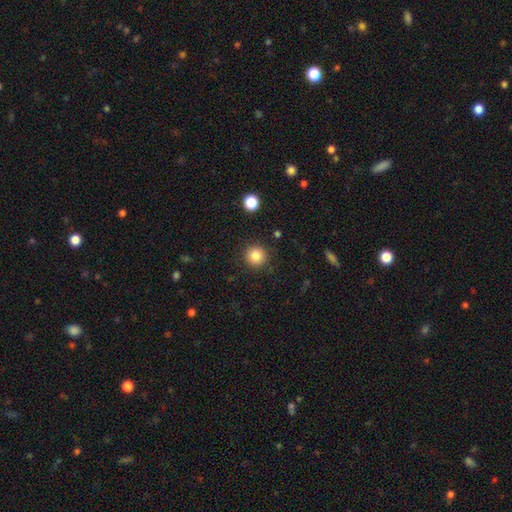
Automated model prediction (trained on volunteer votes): Smooth or featured: smooth — 84% (star or artifact — 11%)
How rounded: round — 95% (in between — 4%)
Merging: none — 91% (minor disturbance — 6%)